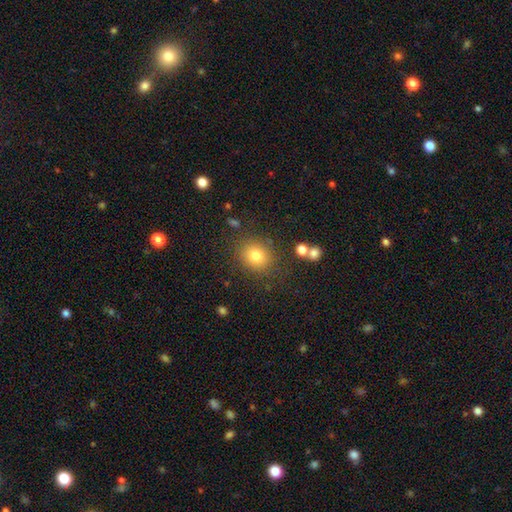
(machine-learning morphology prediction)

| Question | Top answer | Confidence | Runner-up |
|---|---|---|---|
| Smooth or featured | smooth | 79% | star or artifact (13%) |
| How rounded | round | 75% | in between (24%) |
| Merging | none | 82% | minor disturbance (10%) |